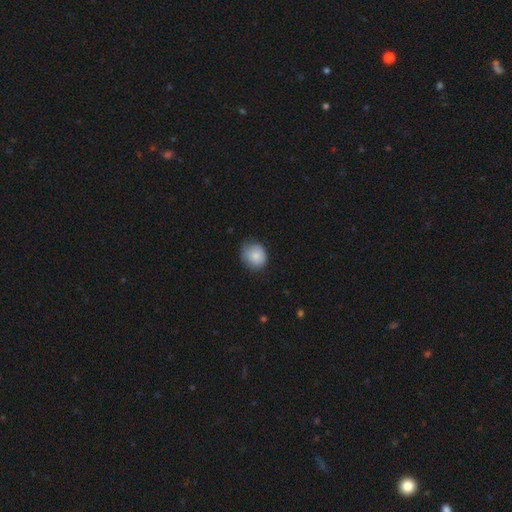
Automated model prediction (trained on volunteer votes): This appears to be a smooth galaxy with no disk features (81%) that is round (74%). Merging: none (65%).